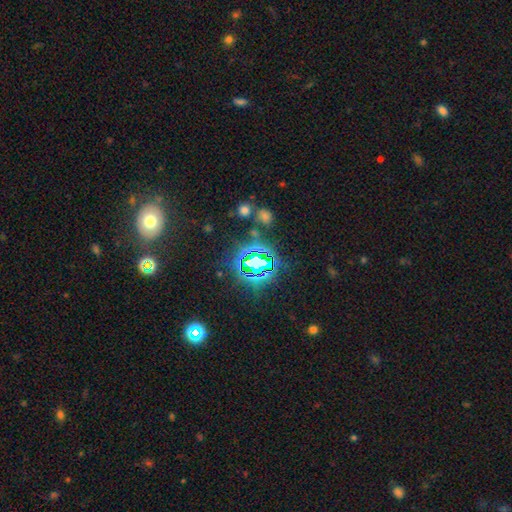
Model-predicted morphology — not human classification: type=star or artifact (78%).